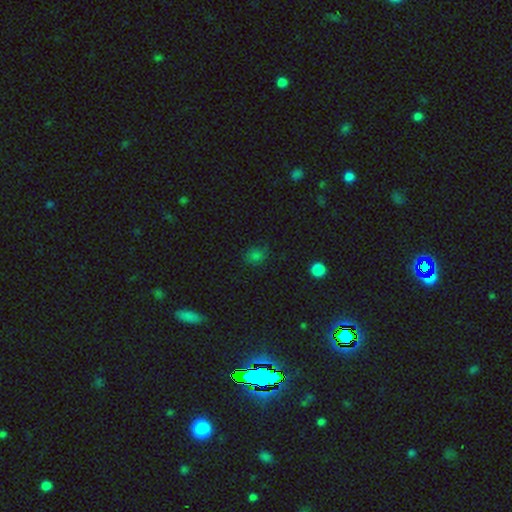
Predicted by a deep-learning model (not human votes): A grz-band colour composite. It shows a smooth galaxy with no disk features (72%) that is round (64%). Merging: none (77%).